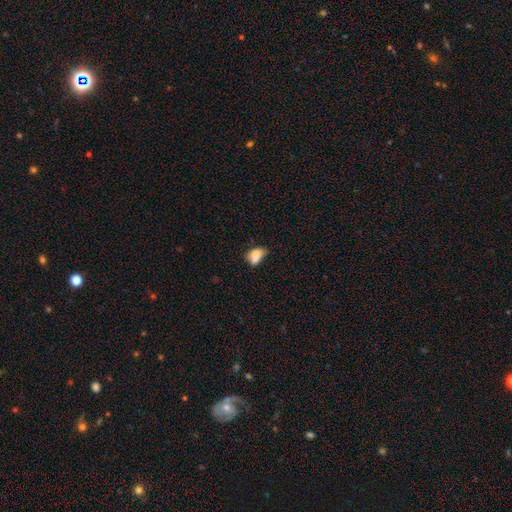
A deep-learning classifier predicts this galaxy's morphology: Q: Smooth or featured?
A: smooth (72%); runner-up: featured or disk (18%)
Q: How rounded?
A: in between (79%); runner-up: round (18%)
Q: Merging?
A: none (29%); runner-up: merger (28%)